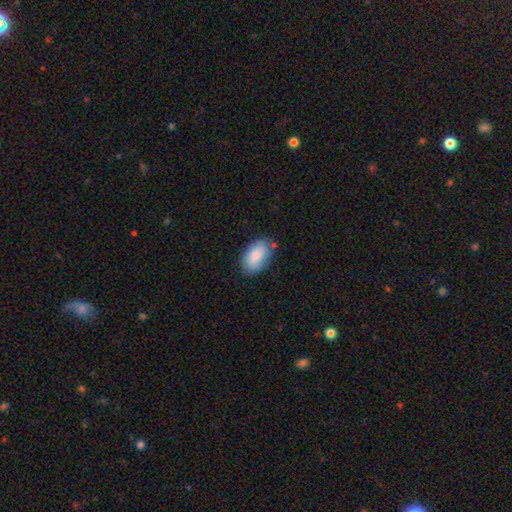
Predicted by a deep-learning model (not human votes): Smooth or featured?
  - smooth: 83% *
  - featured or disk: 11%
  - star or artifact: 6%
How rounded?
  - in between: 93% *
  - round: 6%
  - cigar-shaped: 1%
Merging?
  - none: 78% *
  - minor disturbance: 16%
  - major disturbance: 3%
  - merger: 3%